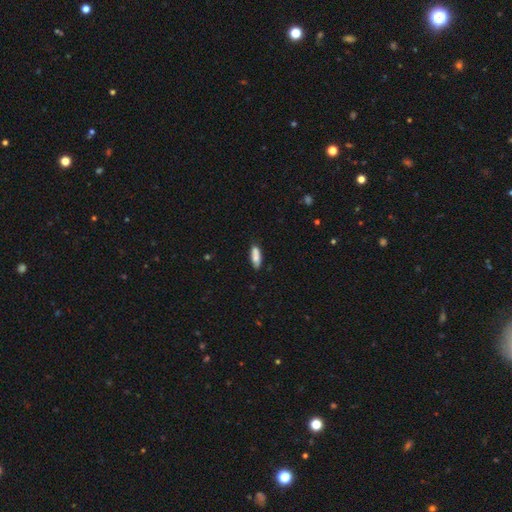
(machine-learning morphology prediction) smooth 79%, featured or disk 14%, star or artifact 7%. Down the decision tree: how rounded — in between (63%); merging — none (70%).